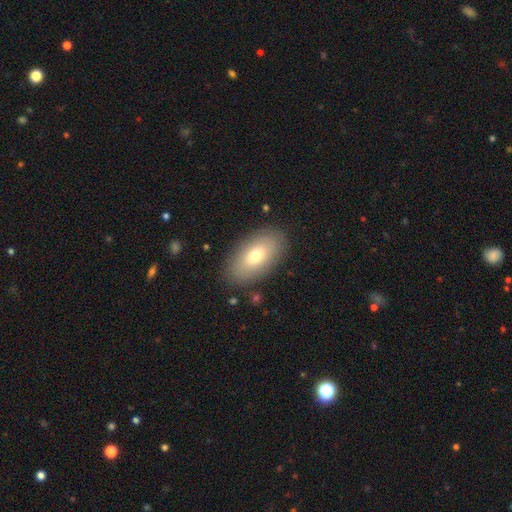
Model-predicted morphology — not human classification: Overall: smooth (73%). How rounded: in between (93%). Merging: none (86%).